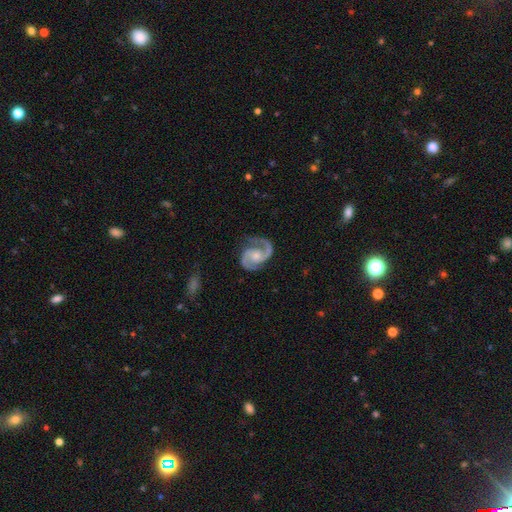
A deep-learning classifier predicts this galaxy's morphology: type=featured or disk (93%); edge-on=no (98%); bar=no (63%); spiral arms=yes (98%); winding=medium (60%); arm count=2 (93%); bulge=moderate (51%); merging=none (79%).